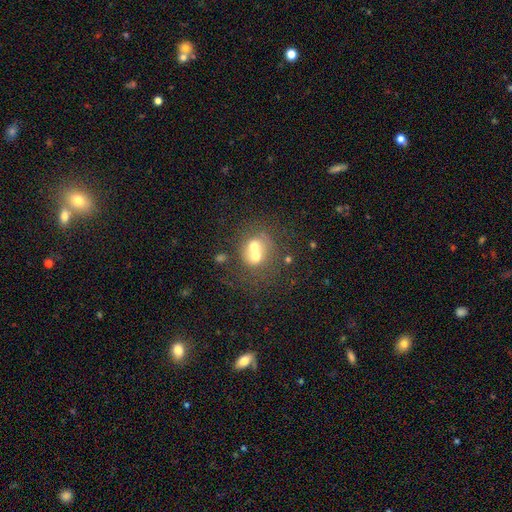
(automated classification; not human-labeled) Q: Smooth or featured?
A: smooth (58%); runner-up: featured or disk (31%)
Q: How rounded?
A: round (71%); runner-up: in between (29%)
Q: Merging?
A: merger (65%); runner-up: none (24%)